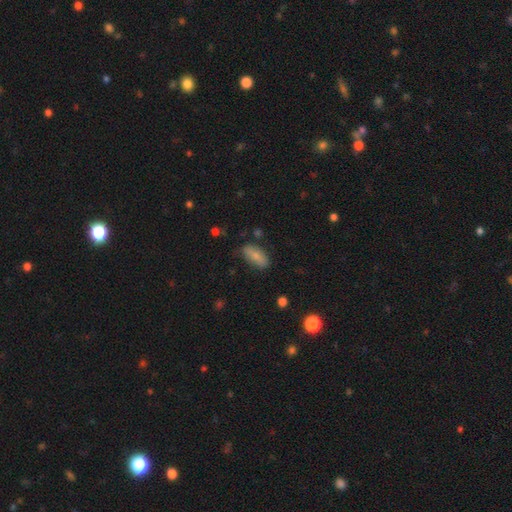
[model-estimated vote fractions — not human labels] Smooth or featured?
  - smooth: 78% *
  - featured or disk: 15%
  - star or artifact: 7%
How rounded?
  - in between: 82% *
  - cigar-shaped: 15%
  - round: 3%
Merging?
  - none: 78% *
  - minor disturbance: 16%
  - major disturbance: 4%
  - merger: 2%